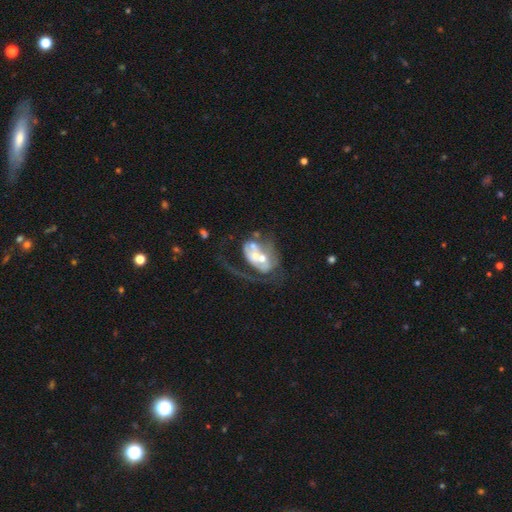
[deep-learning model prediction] smooth-or-featured: featured or disk: 67% | smooth: 25% | star or artifact: 8%
  disk-edge-on: no: 96% | yes: 4%
    bar: no: 78% | weak: 16% | strong: 6%
    has-spiral-arms: no: 59% | yes: 41%
    bulge-size: moderate: 53% | small: 31% | large: 8% | none: 5% | dominant: 2%
  merging: merger: 52% | major disturbance: 28% | none: 13% | minor disturbance: 8%